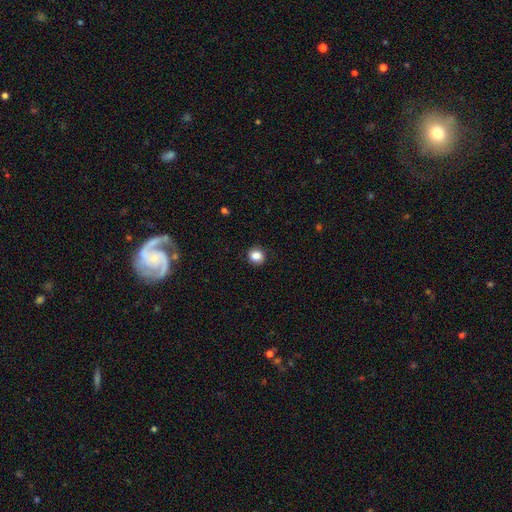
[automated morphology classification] This appears to be a smooth galaxy with no disk features (86%) that is round (78%). Merging: none (89%).